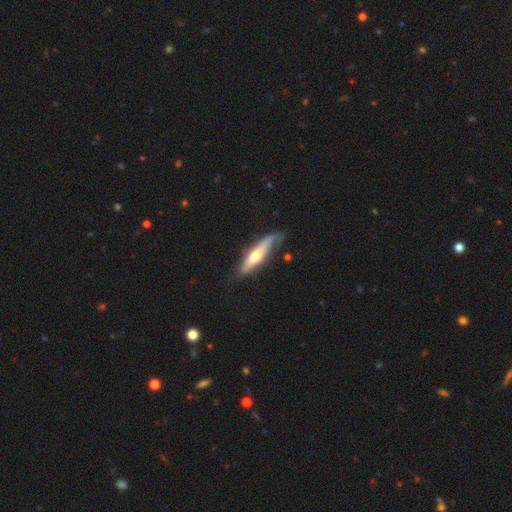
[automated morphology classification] Q: Smooth or featured?
A: featured or disk (51%); runner-up: smooth (44%)
Q: Edge-on disk?
A: yes (79%); runner-up: no (21%)
Q: Merging?
A: none (58%); runner-up: minor disturbance (27%)